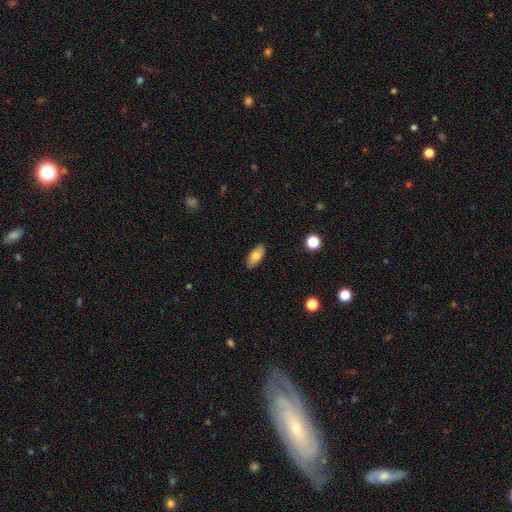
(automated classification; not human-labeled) smooth 77%, featured or disk 16%, star or artifact 7%. Down the decision tree: how rounded — in between (89%); merging — none (88%).